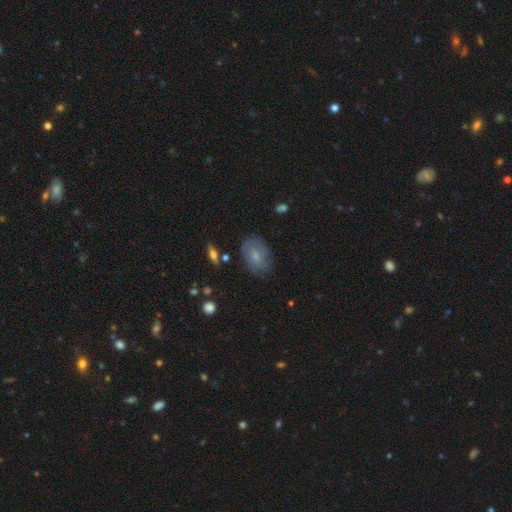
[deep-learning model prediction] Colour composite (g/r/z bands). It shows a smooth galaxy with no disk features (58%) that is in between round and cigar-shaped (78%). Merging: none (74%).